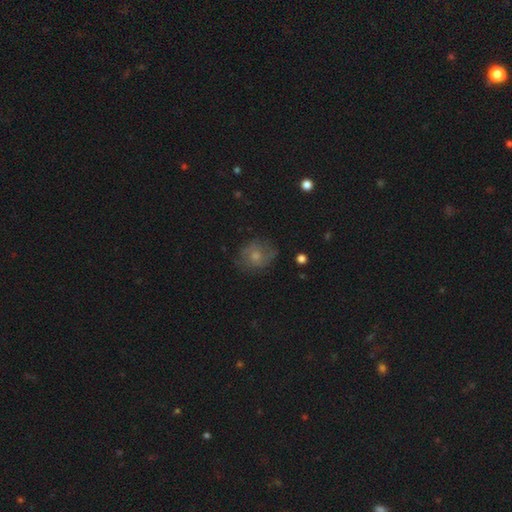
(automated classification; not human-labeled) A smooth galaxy with no disk features (51%) that is round (65%). Merging: none (64%).